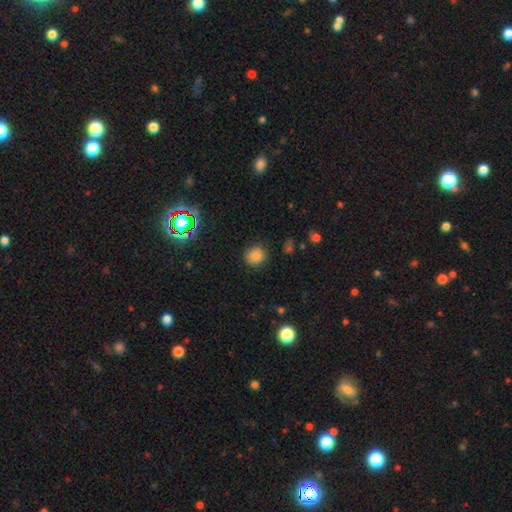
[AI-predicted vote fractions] smooth 79%, star or artifact 14%, featured or disk 6%. Down the decision tree: how rounded — round (80%); merging — none (83%).